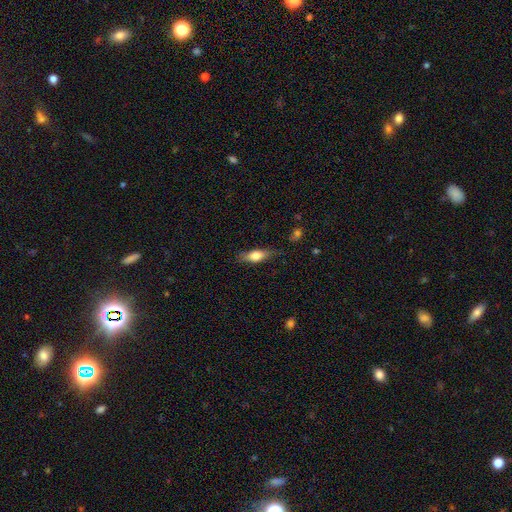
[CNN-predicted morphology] smooth 64%, featured or disk 29%, star or artifact 7%. Down the decision tree: how rounded — in between (61%); merging — none (73%).